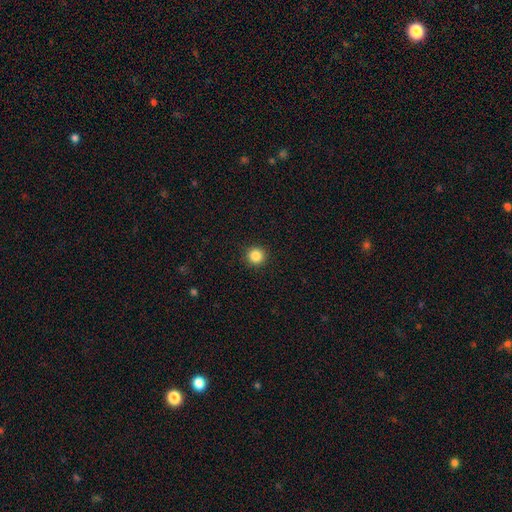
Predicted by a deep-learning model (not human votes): smooth 86%, star or artifact 10%, featured or disk 3%. Down the decision tree: how rounded — round (95%); merging — none (92%).